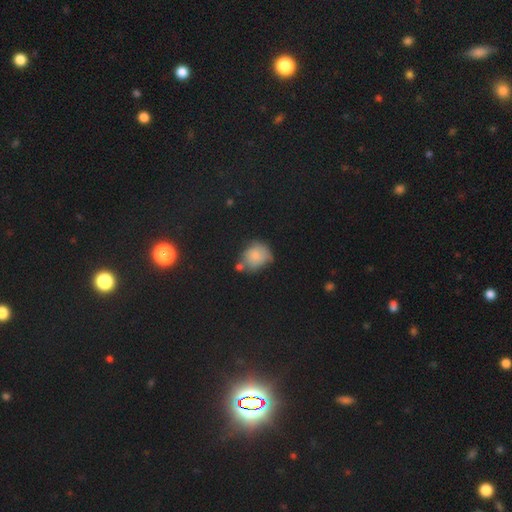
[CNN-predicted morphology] This is likely a smooth galaxy (72%). How rounded: likely round (67%). Merging: marginally none (44%).